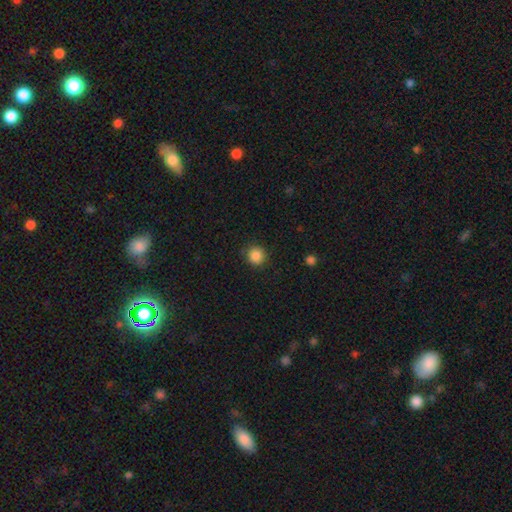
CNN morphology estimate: Smooth or featured?
  - smooth: 86% *
  - star or artifact: 10%
  - featured or disk: 3%
How rounded?
  - round: 92% *
  - in between: 7%
  - cigar-shaped: 1%
Merging?
  - none: 88% *
  - minor disturbance: 8%
  - major disturbance: 3%
  - merger: 1%